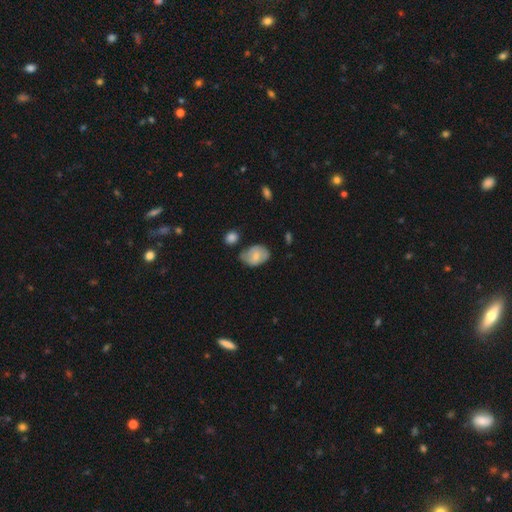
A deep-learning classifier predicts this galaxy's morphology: Smooth or featured? smooth (66%)
How rounded? in between (82%)
Merging? none (53%)